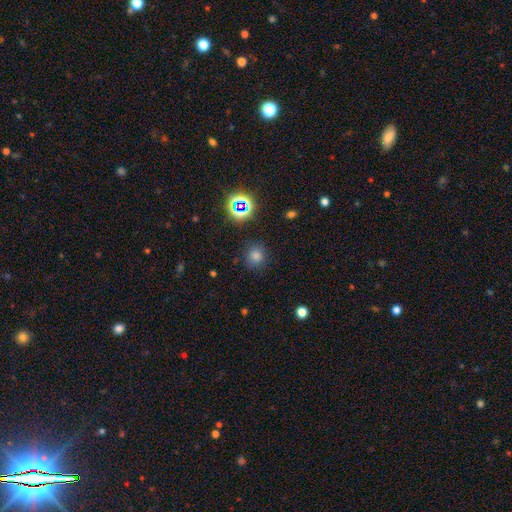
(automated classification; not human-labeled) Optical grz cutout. It shows a smooth galaxy with no disk features (71%) that is round (88%). Merging: none (87%).